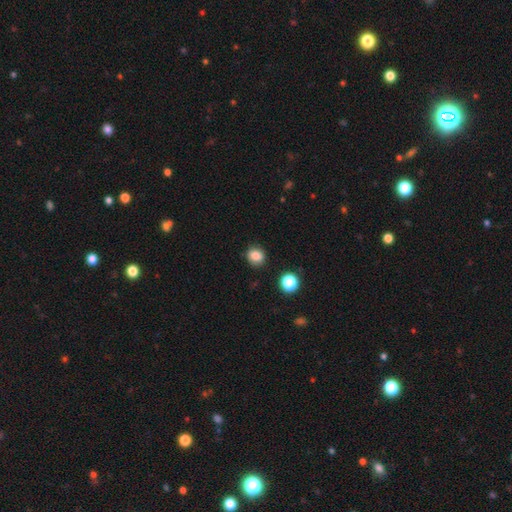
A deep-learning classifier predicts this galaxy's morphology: Overall: smooth (85%). How rounded: round (73%). Merging: none (85%).